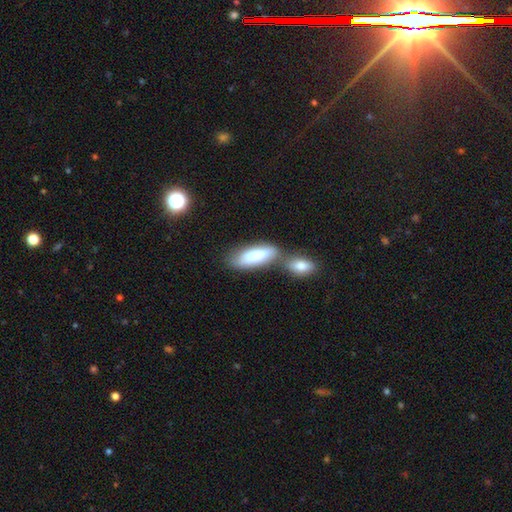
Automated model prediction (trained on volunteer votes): smooth-or-featured: smooth: 81% | featured or disk: 13% | star or artifact: 6%
  how-rounded: in between: 70% | cigar-shaped: 28% | round: 2%
  merging: merger: 46% | none: 36% | minor disturbance: 13% | major disturbance: 5%